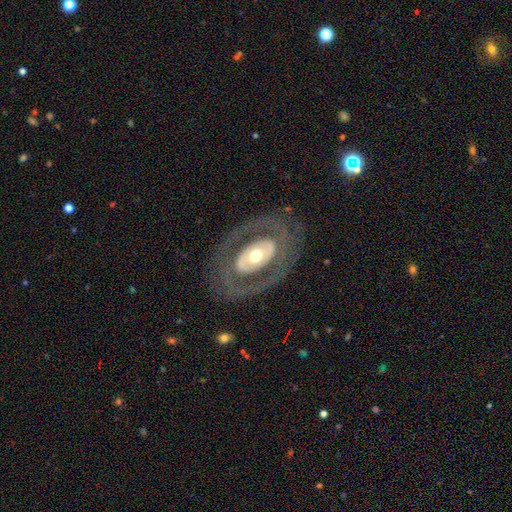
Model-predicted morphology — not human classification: A featured or disk galaxy (73%) with no bar (74%), no spiral arms (66%) and a moderate central bulge (66%). Merging: none (76%).